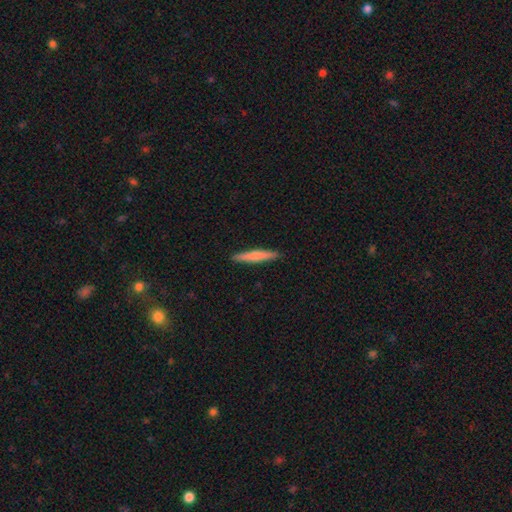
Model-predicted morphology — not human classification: smooth-or-featured: smooth: 67% | featured or disk: 28% | star or artifact: 5%
  how-rounded: cigar-shaped: 94% | in between: 5% | round: 1%
  merging: none: 92% | minor disturbance: 6% | major disturbance: 1% | merger: 1%